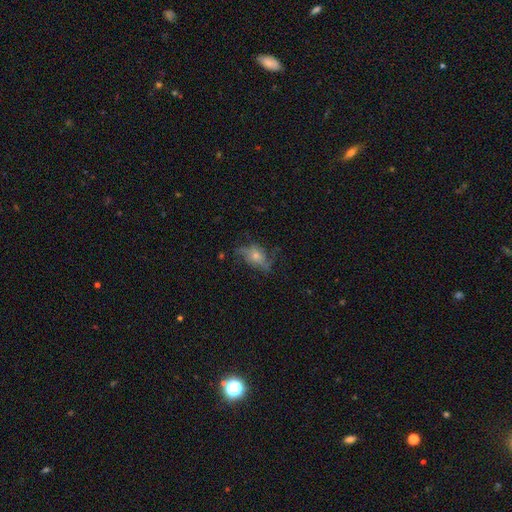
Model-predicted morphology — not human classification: The model was most divided on "smooth or featured": featured or disk: 52%, smooth: 31%, star or artifact: 17%. More confident: edge-on disk — no (84%); merging — none (55%).